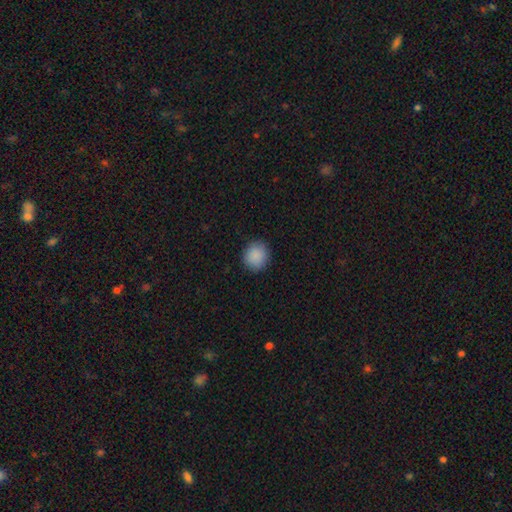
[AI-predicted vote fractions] Smooth or featured?
  - smooth: 89% *
  - star or artifact: 8%
  - featured or disk: 3%
How rounded?
  - round: 87% *
  - in between: 12%
  - cigar-shaped: 1%
Merging?
  - none: 90% *
  - minor disturbance: 7%
  - major disturbance: 2%
  - merger: 1%